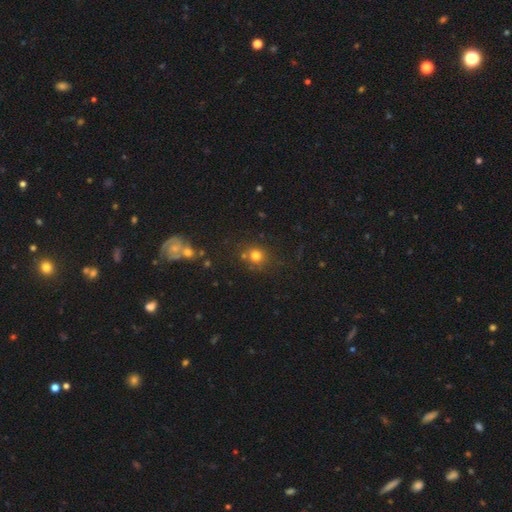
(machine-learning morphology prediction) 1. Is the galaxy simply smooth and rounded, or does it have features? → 75% smooth, 17% star or artifact, 7% featured or disk.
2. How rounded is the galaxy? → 87% round, 12% in between, 1% cigar-shaped.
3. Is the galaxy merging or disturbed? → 74% none, 11% minor disturbance, 10% merger, 5% major disturbance.